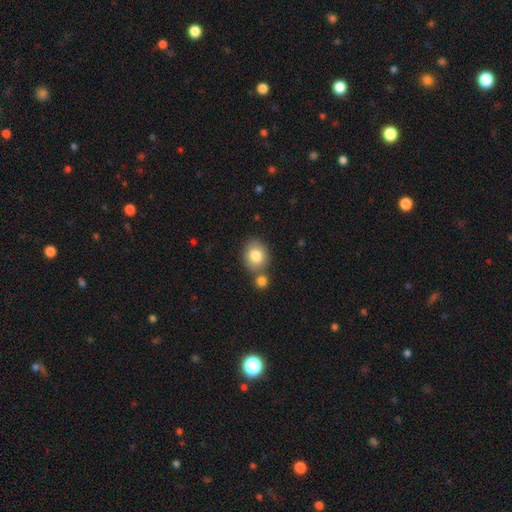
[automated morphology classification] Smooth or featured? Predicted: smooth (p=0.80). How rounded? Predicted: round (p=0.53). Merging? Predicted: none (p=0.61).